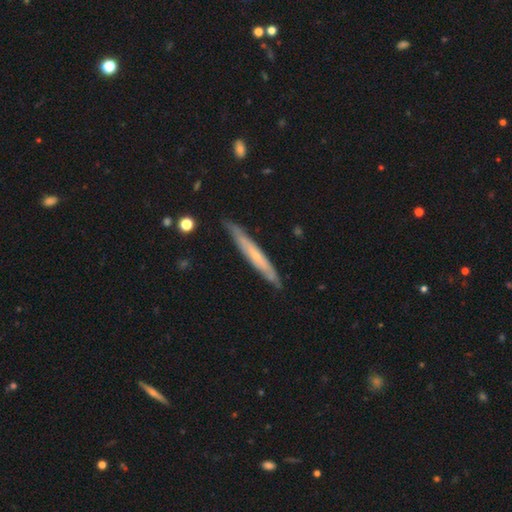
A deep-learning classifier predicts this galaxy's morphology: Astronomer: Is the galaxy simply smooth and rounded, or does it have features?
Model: featured or disk — 56% (runner-up: smooth, 38%).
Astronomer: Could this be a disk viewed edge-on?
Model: yes — 85%.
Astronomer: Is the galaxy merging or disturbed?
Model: none — 82%.